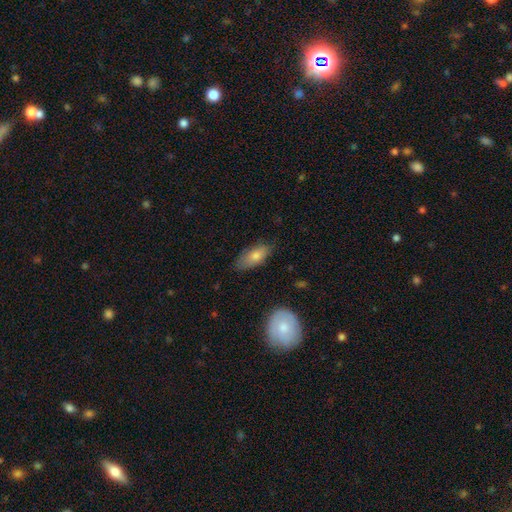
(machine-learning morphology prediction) Smooth or featured: smooth — 73% (featured or disk — 21%)
How rounded: in between — 78% (cigar-shaped — 19%)
Merging: none — 76% (minor disturbance — 19%)